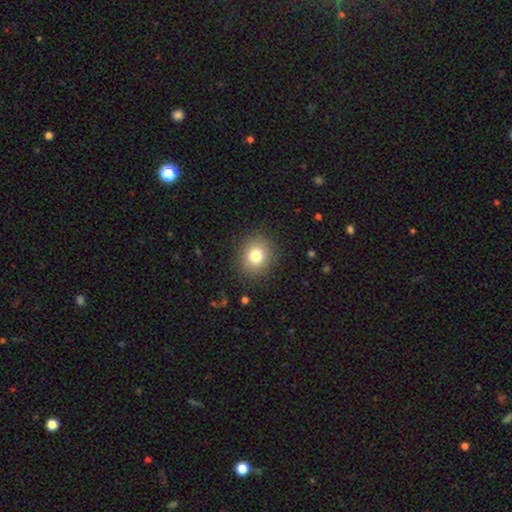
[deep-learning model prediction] Morphology: type=smooth (80%); roundness=round (77%); merging=none (88%).